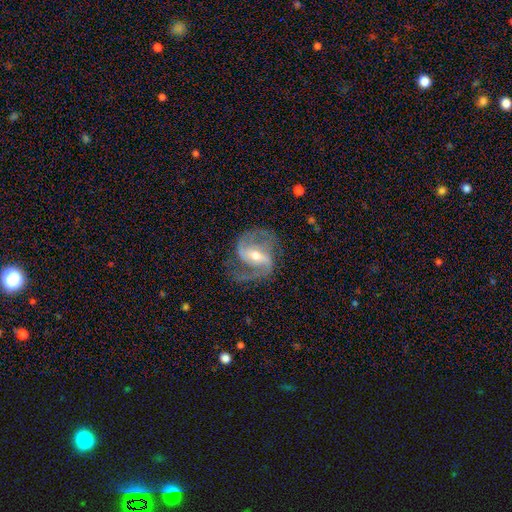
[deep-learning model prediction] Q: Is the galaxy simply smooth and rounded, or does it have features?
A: featured or disk — 90%.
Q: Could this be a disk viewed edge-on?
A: no — 97%.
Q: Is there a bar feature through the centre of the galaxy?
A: strong — 46%.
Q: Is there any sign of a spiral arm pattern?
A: yes — 97%.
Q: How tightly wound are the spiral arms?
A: medium — 55%.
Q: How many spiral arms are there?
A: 2 — 87%.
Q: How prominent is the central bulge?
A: moderate — 57%.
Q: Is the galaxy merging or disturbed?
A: none — 71%.